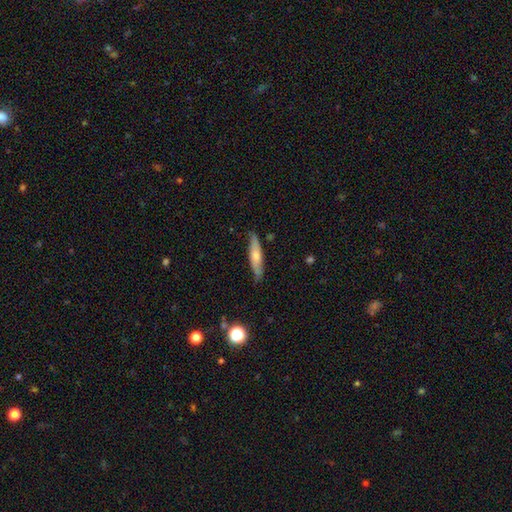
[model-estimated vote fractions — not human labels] Q: Smooth or featured?
A: smooth (58%); runner-up: featured or disk (36%)
Q: How rounded?
A: cigar-shaped (80%); runner-up: in between (18%)
Q: Merging?
A: none (80%); runner-up: minor disturbance (16%)